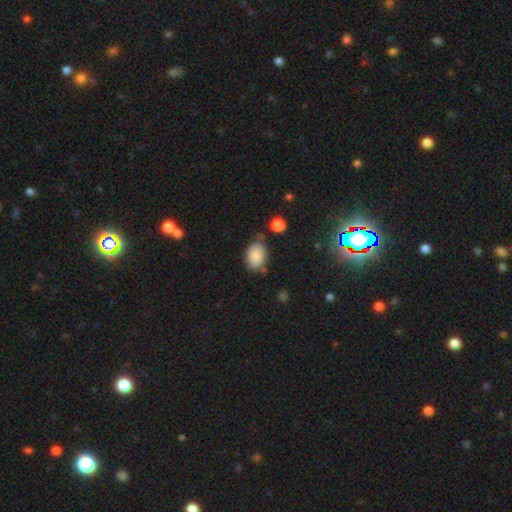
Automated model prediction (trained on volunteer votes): Q: Smooth or featured?
A: smooth (87%); runner-up: star or artifact (7%)
Q: How rounded?
A: in between (84%); runner-up: round (15%)
Q: Merging?
A: none (68%); runner-up: minor disturbance (21%)